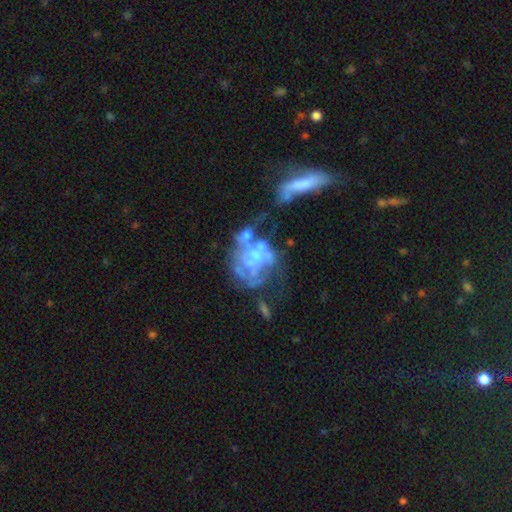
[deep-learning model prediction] smooth-or-featured: featured or disk: 71% | smooth: 18% | star or artifact: 11%
  disk-edge-on: no: 98% | yes: 2%
    bar: no: 81% | weak: 14% | strong: 4%
    has-spiral-arms: no: 70% | yes: 30%
    bulge-size: moderate: 45% | none: 18% | small: 18% | large: 16% | dominant: 2%
  merging: major disturbance: 34% | merger: 30% | none: 23% | minor disturbance: 14%